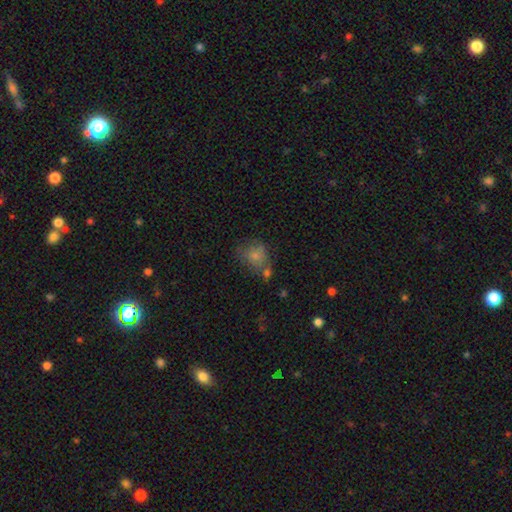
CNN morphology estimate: This is likely a smooth galaxy (73%). How rounded: likely round (60%). Merging: marginally none (39%).